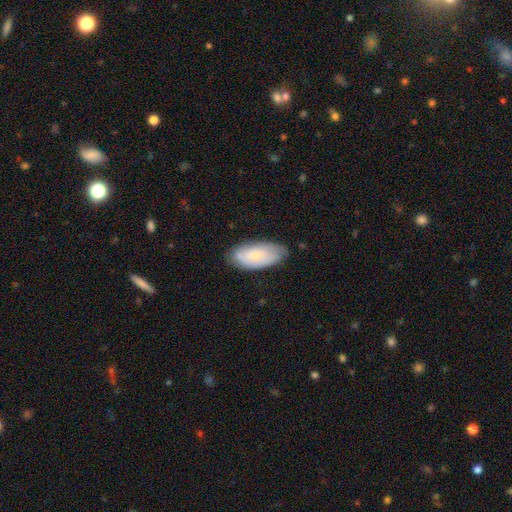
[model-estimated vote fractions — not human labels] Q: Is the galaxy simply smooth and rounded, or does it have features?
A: smooth — 57%.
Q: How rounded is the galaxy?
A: in between — 90%.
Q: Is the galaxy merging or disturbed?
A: none — 73%.